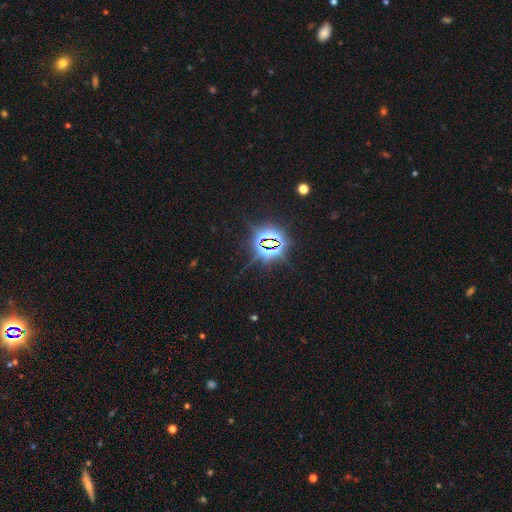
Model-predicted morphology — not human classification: The model was most divided on "smooth or featured": star or artifact: 80%, smooth: 13%, featured or disk: 7%.